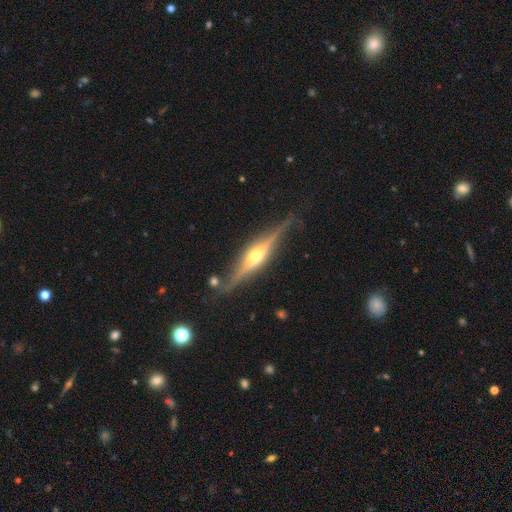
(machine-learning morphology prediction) smooth_or_featured: featured or disk (p=0.82) [alt: smooth p=0.13]
disk_edge_on: yes (p=0.96) [alt: no p=0.04]
edge_on_bulge: rounded (p=0.89) [alt: boxy p=0.08]
merging: none (p=0.82) [alt: minor disturbance p=0.12]